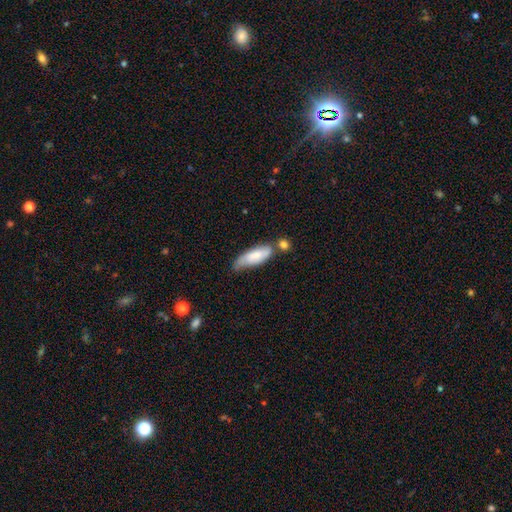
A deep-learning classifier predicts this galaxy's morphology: Overall: smooth (72%). How rounded: in between (52%; cigar-shaped 46%). Merging: none (45%; minor disturbance 28%).